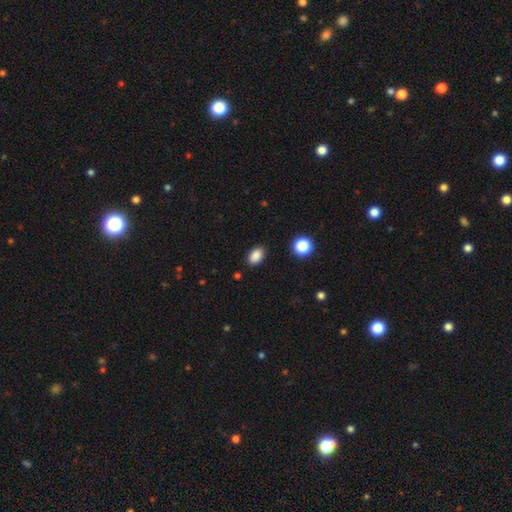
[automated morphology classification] smooth-or-featured: smooth: 87% | star or artifact: 10% | featured or disk: 3%
  how-rounded: in between: 86% | round: 13% | cigar-shaped: 1%
  merging: none: 87% | minor disturbance: 10% | major disturbance: 2% | merger: 1%